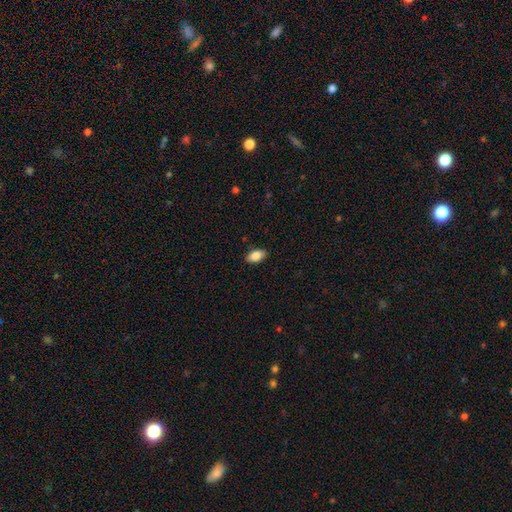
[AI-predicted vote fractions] Smooth or featured? Predicted: smooth (p=0.86). How rounded? Predicted: in between (p=0.93). Merging? Predicted: none (p=0.88).